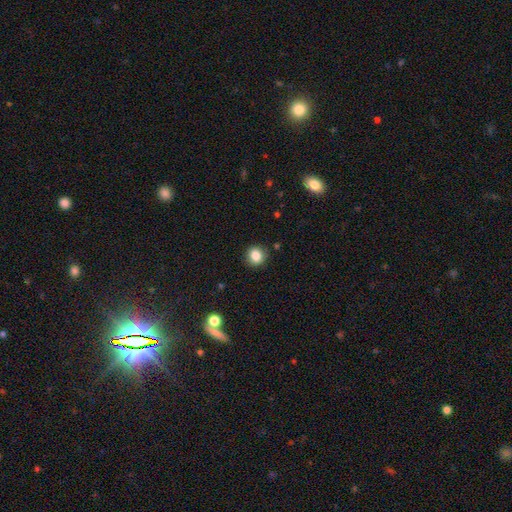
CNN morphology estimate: smooth 84%, star or artifact 11%, featured or disk 6%. Down the decision tree: how rounded — round (86%); merging — none (91%).